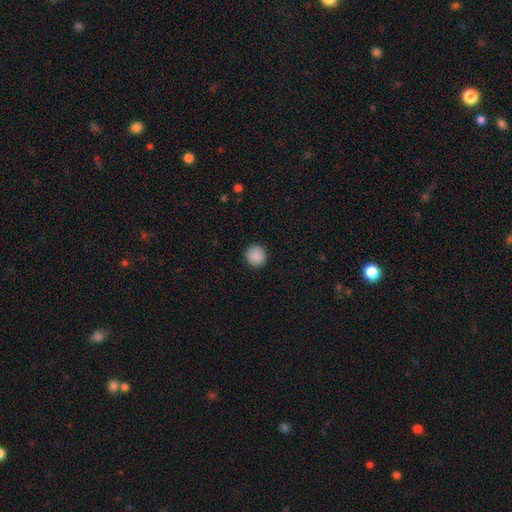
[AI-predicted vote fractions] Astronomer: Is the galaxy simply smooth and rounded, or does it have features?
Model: smooth — 90%.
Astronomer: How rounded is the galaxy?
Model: round — 94%.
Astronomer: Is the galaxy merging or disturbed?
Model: none — 93%.